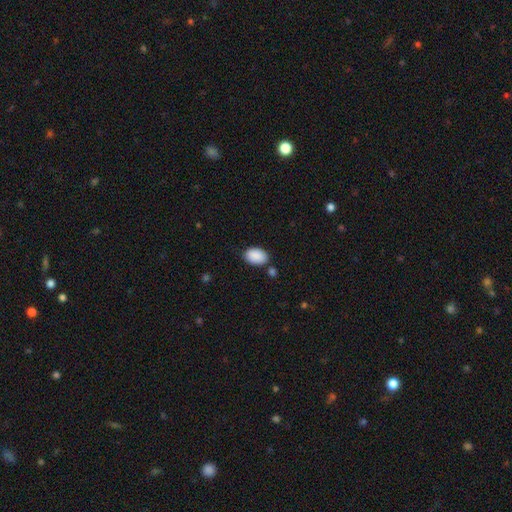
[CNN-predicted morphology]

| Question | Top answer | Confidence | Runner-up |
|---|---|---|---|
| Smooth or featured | smooth | 90% | star or artifact (6%) |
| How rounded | in between | 90% | round (9%) |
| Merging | none | 76% | minor disturbance (14%) |